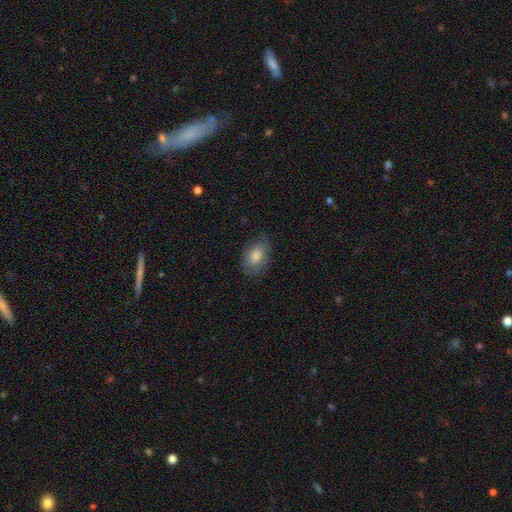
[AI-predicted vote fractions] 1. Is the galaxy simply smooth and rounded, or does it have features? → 76% smooth, 15% featured or disk, 9% star or artifact.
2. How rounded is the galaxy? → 82% in between, 17% round, 2% cigar-shaped.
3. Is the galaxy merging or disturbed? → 73% none, 20% minor disturbance, 6% major disturbance, 1% merger.